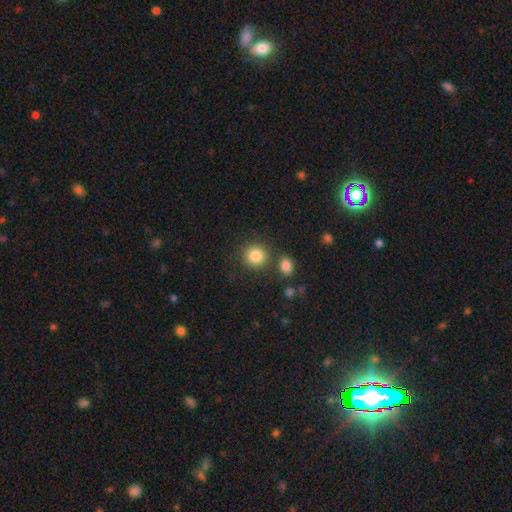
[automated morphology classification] smooth_or_featured: smooth (p=0.85) [alt: star or artifact p=0.09]
how_rounded: round (p=0.89) [alt: in between p=0.10]
merging: none (p=0.80) [alt: merger p=0.08]